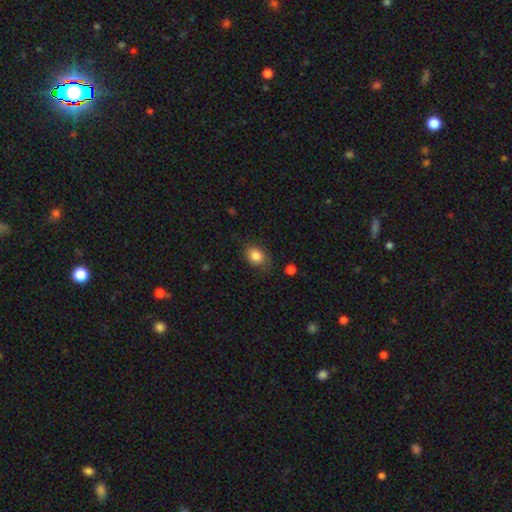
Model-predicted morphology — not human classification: smooth 84%, star or artifact 9%, featured or disk 7%. Down the decision tree: how rounded — in between (60%); merging — none (76%).